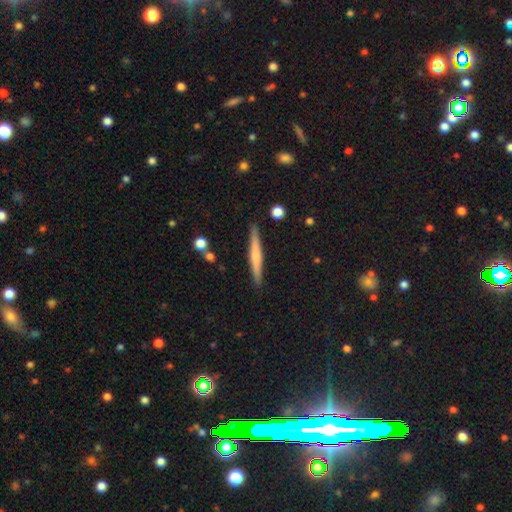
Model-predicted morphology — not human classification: Q: Smooth or featured?
A: smooth (50%); runner-up: featured or disk (45%)
Q: Merging?
A: none (89%); runner-up: minor disturbance (7%)